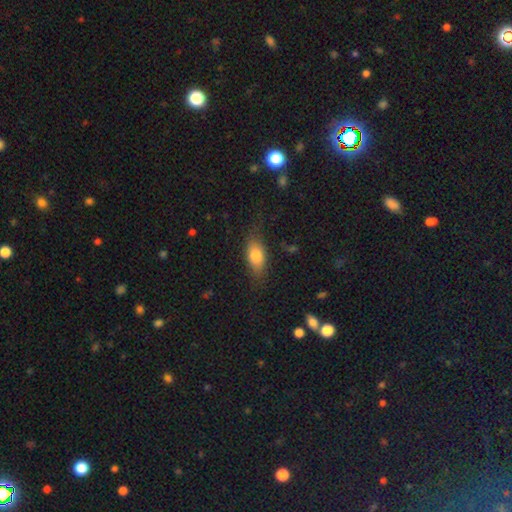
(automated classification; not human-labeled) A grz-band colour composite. It shows a smooth galaxy with no disk features (78%) that is in between round and cigar-shaped (83%). Merging: none (72%).